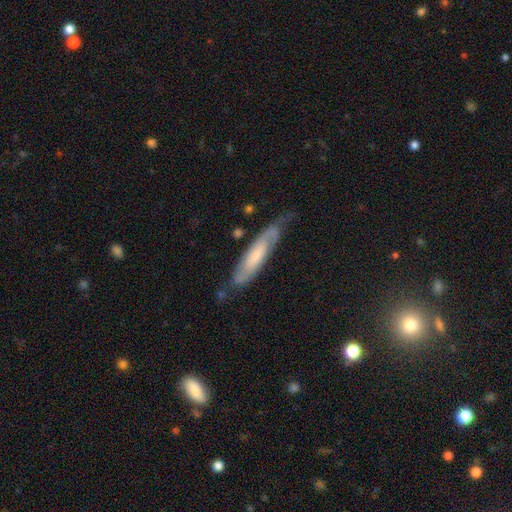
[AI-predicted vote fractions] A featured or disk galaxy (59%).

Vote fractions:
- Smooth or featured? featured or disk: 59% / smooth: 35% / star or artifact: 6%
- Edge-on disk? no: 66% / yes: 34%
- Merging? none: 59% / minor disturbance: 27% / major disturbance: 11% / merger: 3%